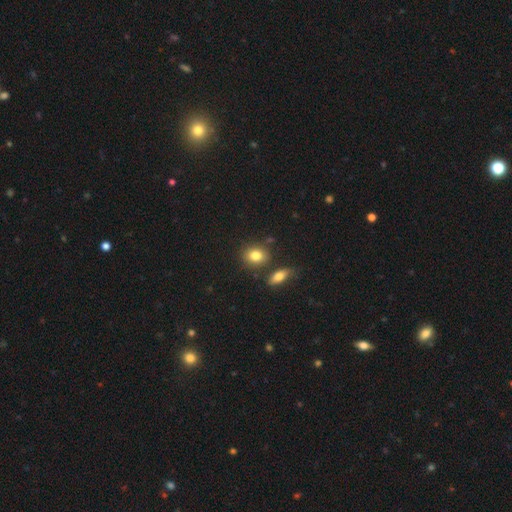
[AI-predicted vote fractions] smooth-or-featured: smooth: 82% | star or artifact: 9% | featured or disk: 9%
  how-rounded: round: 50% | in between: 48% | cigar-shaped: 2%
  merging: none: 75% | merger: 12% | minor disturbance: 11% | major disturbance: 3%